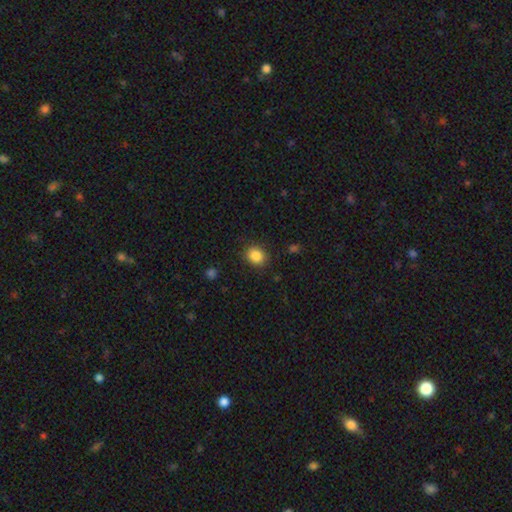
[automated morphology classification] The model was most divided on "how rounded": round: 67%, in between: 32%, cigar-shaped: 1%. More confident: merging — none (87%); smooth or featured — smooth (86%).